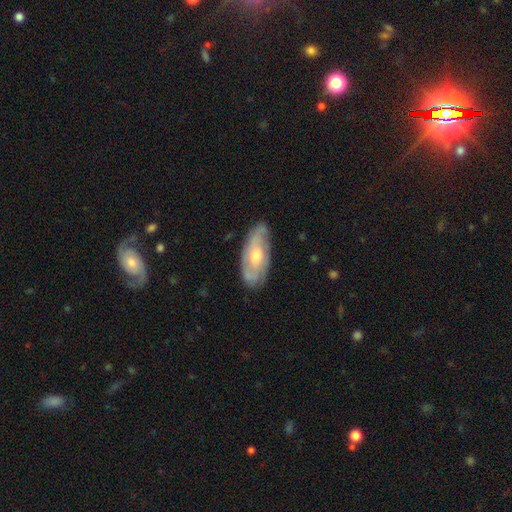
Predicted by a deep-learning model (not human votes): This appears to be a featured or disk galaxy (66%) with no bar (68%), spiral arms (82%) and a moderate central bulge (63%). Merging: none (74%).